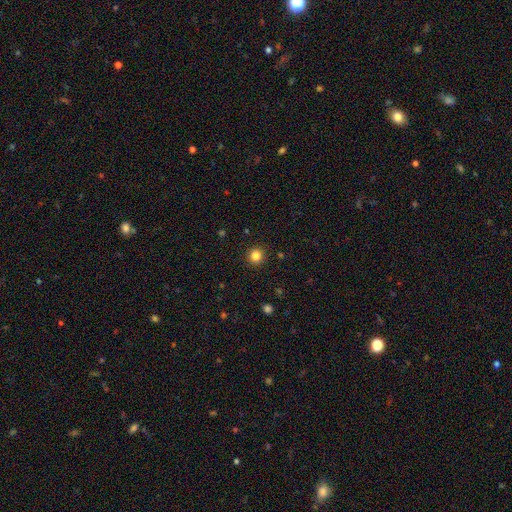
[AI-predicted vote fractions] Smooth or featured? smooth (84%)
How rounded? round (93%)
Merging? none (92%)